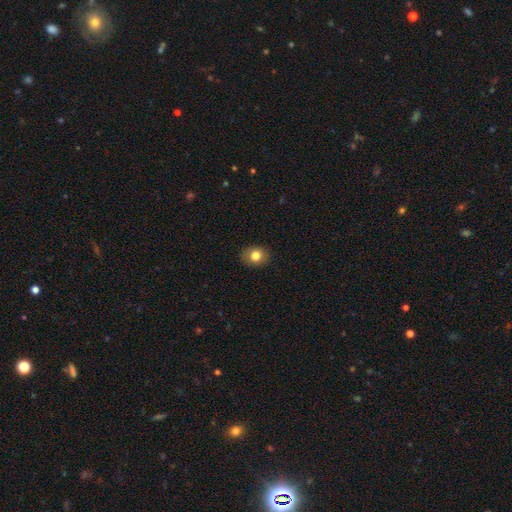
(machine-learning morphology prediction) smooth-or-featured: smooth: 81% | star or artifact: 10% | featured or disk: 9%
  how-rounded: round: 59% | in between: 40% | cigar-shaped: 1%
  merging: none: 88% | minor disturbance: 9% | major disturbance: 2% | merger: 1%